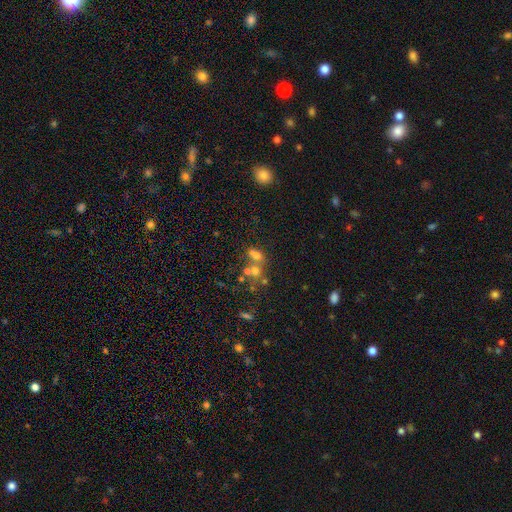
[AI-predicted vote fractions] A smooth galaxy with no disk features (55%) that is round (51%). Merging: merger (52%).